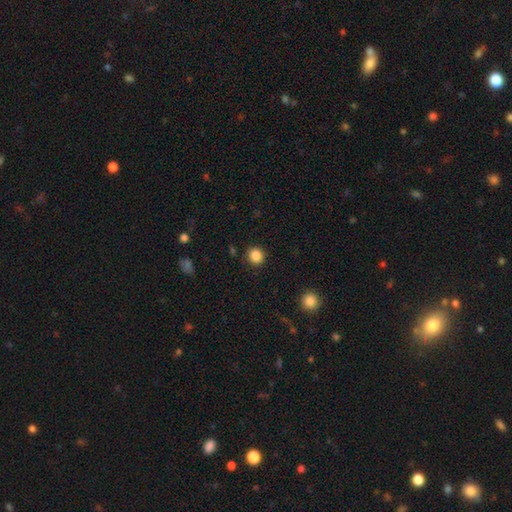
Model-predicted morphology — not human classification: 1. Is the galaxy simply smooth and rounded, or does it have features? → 86% smooth, 11% star or artifact, 3% featured or disk.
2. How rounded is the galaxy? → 89% round, 10% in between, 1% cigar-shaped.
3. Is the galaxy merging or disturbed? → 90% none, 6% minor disturbance, 2% major disturbance, 1% merger.